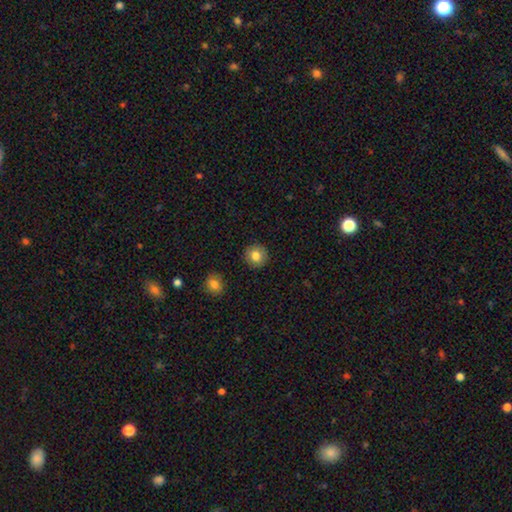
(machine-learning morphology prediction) This is clearly a smooth galaxy (82%). How rounded: clearly round (92%). Merging: clearly none (91%).